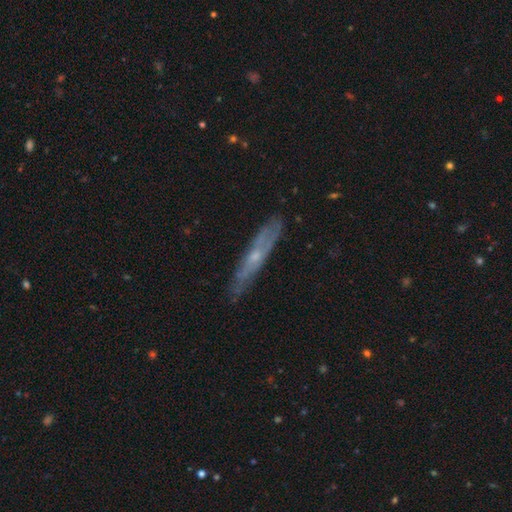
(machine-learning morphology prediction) featured or disk 64%, smooth 29%, star or artifact 7%. Down the decision tree: edge-on disk — yes (70%); merging — none (79%).